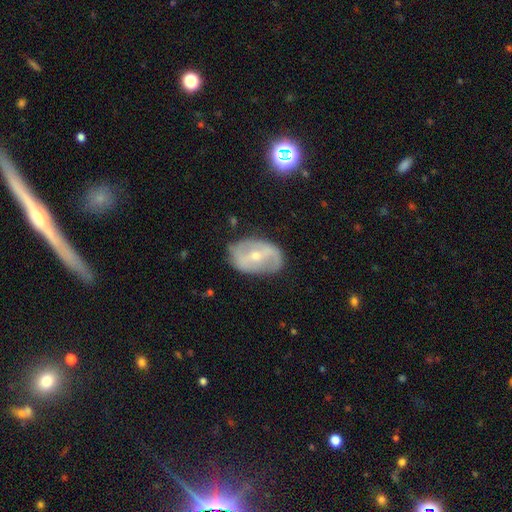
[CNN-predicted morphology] This appears to be a featured or disk galaxy (68%) with a weak bar (38%), spiral arms (56%) and a small central bulge (52%). Merging: none (72%).